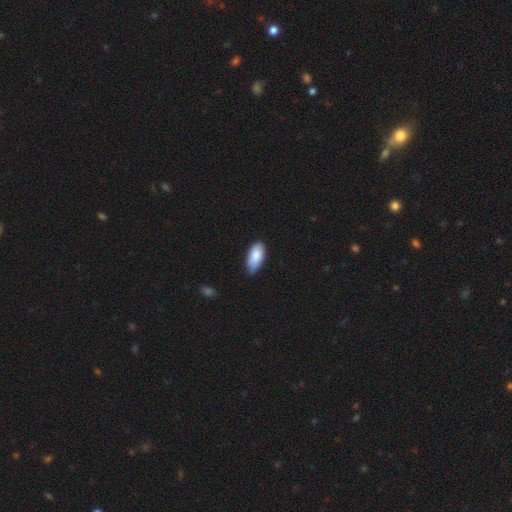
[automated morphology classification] This is clearly a smooth galaxy (85%). How rounded: clearly in between (92%). Merging: likely none (61%).